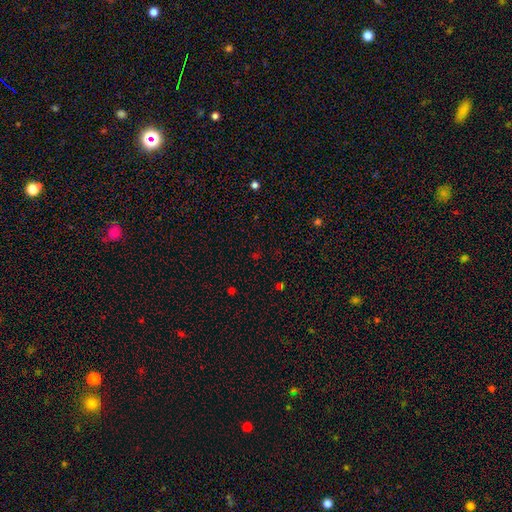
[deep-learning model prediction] Smooth or featured? star or artifact (57%)